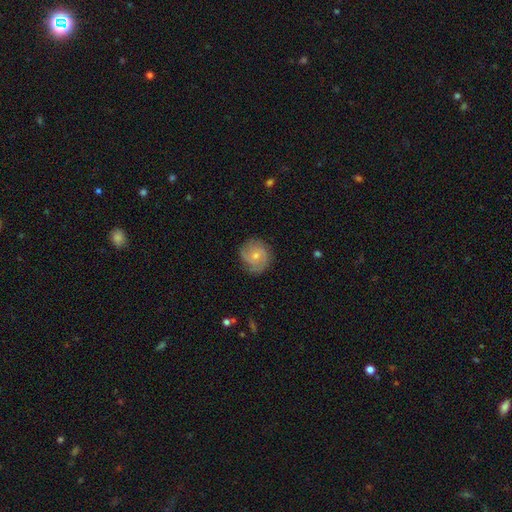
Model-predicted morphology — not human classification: type=featured or disk (70%); edge-on=no (98%); bar=no (73%); spiral arms=yes (93%); winding=tight (44%); arm count=2 (36%); bulge=small (64%); merging=none (77%).